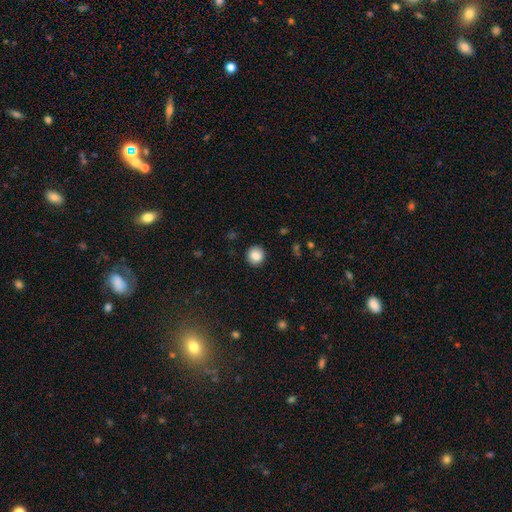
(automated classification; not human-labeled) Smooth or featured? smooth (85%)
How rounded? round (90%)
Merging? none (90%)